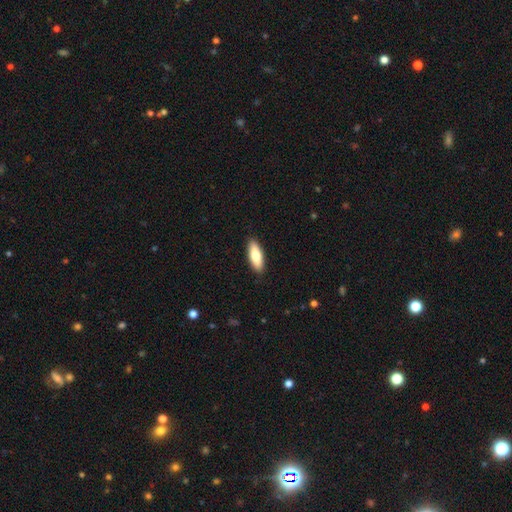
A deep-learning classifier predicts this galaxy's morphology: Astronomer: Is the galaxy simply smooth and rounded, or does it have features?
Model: smooth — 77%.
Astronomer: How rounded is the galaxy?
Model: in between — 64%.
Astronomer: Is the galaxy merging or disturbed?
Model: none — 90%.